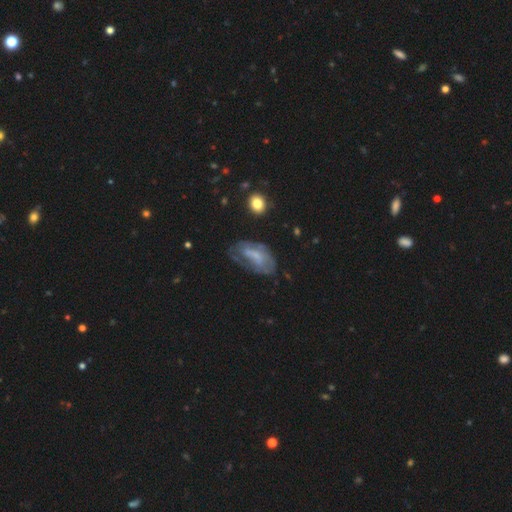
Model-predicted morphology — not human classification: featured or disk 52%, smooth 39%, star or artifact 9%. Down the decision tree: edge-on disk — no (94%); merging — none (44%).